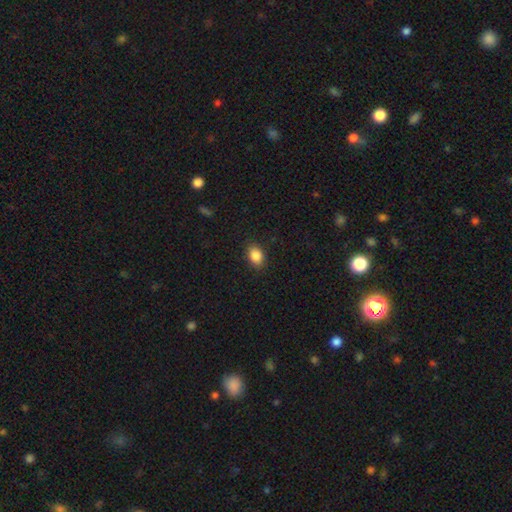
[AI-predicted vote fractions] Smooth or featured? Predicted: smooth (p=0.87). How rounded? Predicted: in between (p=0.71). Merging? Predicted: none (p=0.88).